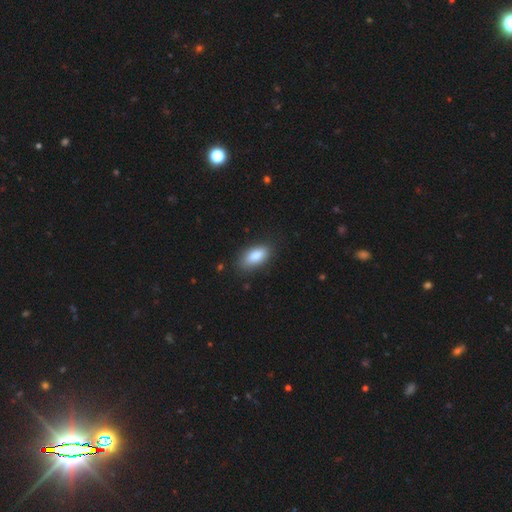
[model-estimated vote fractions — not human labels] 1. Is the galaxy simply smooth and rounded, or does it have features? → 86% smooth, 7% featured or disk, 7% star or artifact.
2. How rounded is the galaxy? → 90% in between, 7% cigar-shaped, 3% round.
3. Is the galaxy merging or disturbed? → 83% none, 13% minor disturbance, 3% major disturbance, 1% merger.